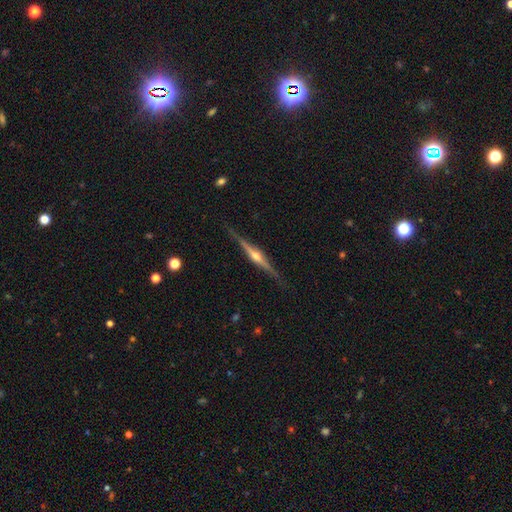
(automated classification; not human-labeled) smooth_or_featured: featured or disk (p=0.86) [alt: smooth p=0.09]
disk_edge_on: yes (p=0.98) [alt: no p=0.02]
edge_on_bulge: rounded (p=0.93) [alt: boxy p=0.04]
merging: none (p=0.89) [alt: minor disturbance p=0.08]